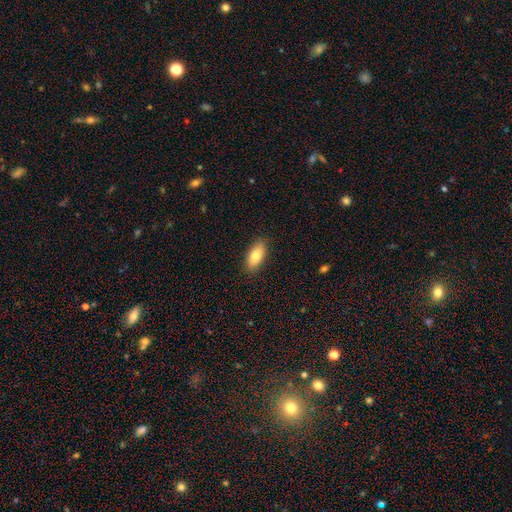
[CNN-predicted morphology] smooth 78%, featured or disk 15%, star or artifact 7%. Down the decision tree: how rounded — in between (84%); merging — none (88%).